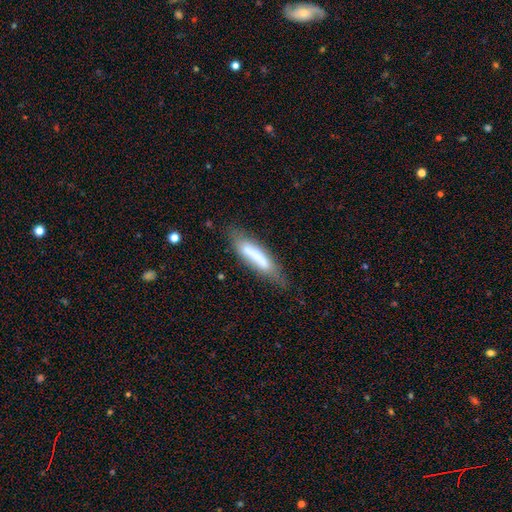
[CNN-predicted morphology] Q: Smooth or featured?
A: smooth (62%); runner-up: featured or disk (31%)
Q: How rounded?
A: cigar-shaped (72%); runner-up: in between (26%)
Q: Merging?
A: none (55%); runner-up: minor disturbance (28%)